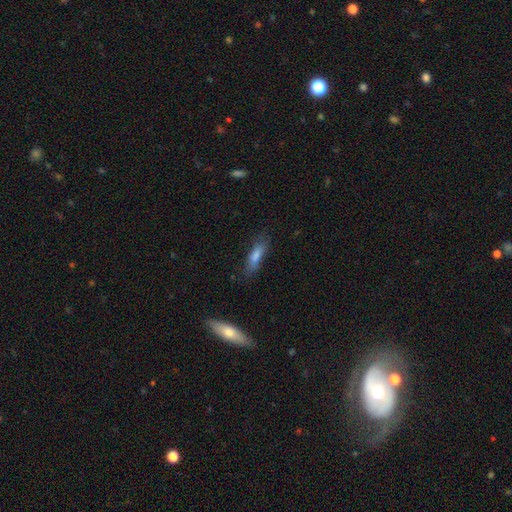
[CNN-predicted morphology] A smooth galaxy with no disk features (70%) that is cigar-shaped (64%). Merging: none (71%).